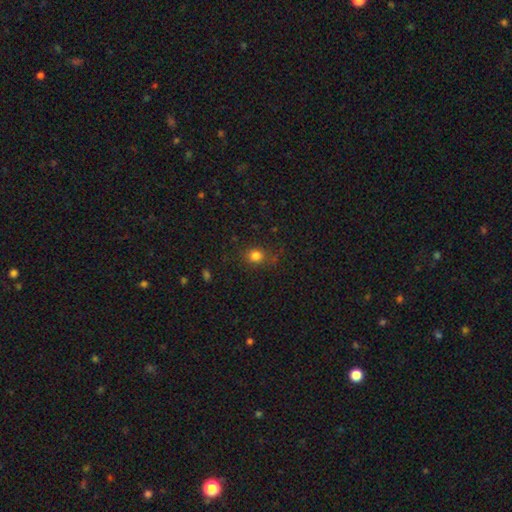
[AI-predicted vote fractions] Smooth or featured? smooth (81%)
How rounded? round (71%)
Merging? none (78%)